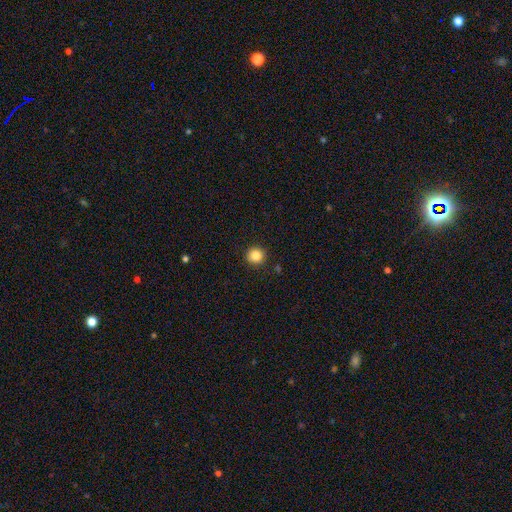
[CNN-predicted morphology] Overall: smooth (85%). How rounded: round (94%). Merging: none (91%).